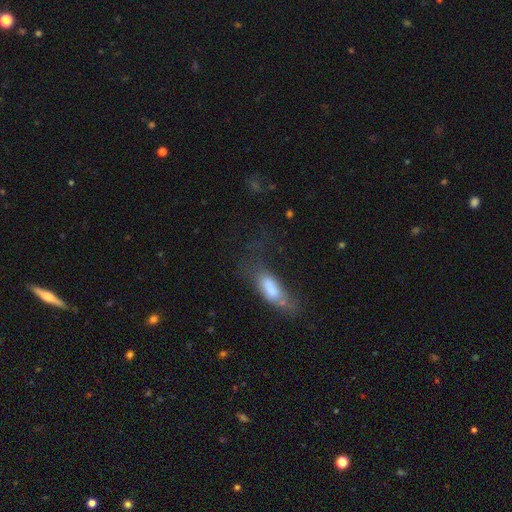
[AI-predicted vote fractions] Smooth or featured? smooth (50%)
How rounded? in between (67%)
Merging? none (43%)